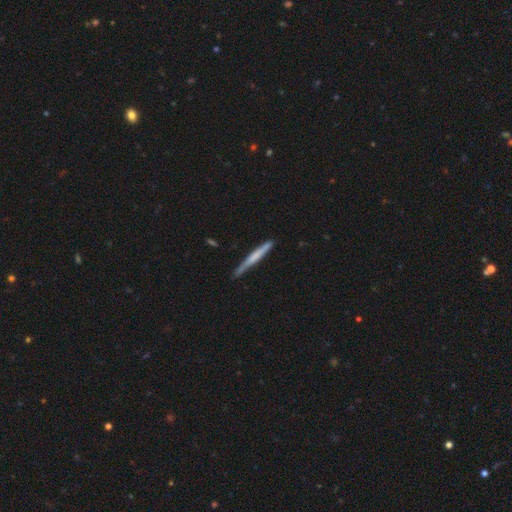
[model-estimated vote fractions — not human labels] Morphology: type=smooth (52%); roundness=cigar-shaped (96%); merging=none (79%).